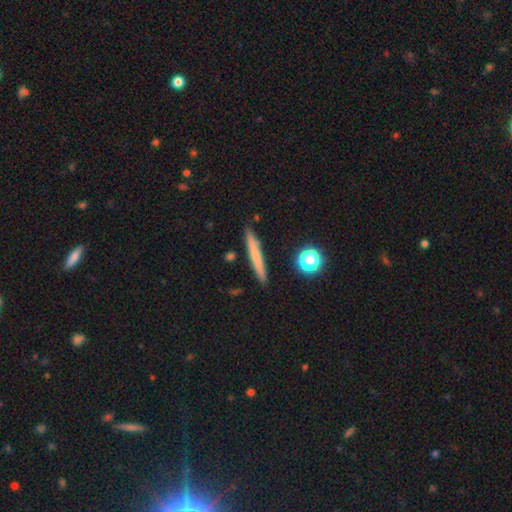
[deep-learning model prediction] Overall: smooth (62%; featured or disk 30%). How rounded: cigar-shaped (94%). Merging: none (89%).